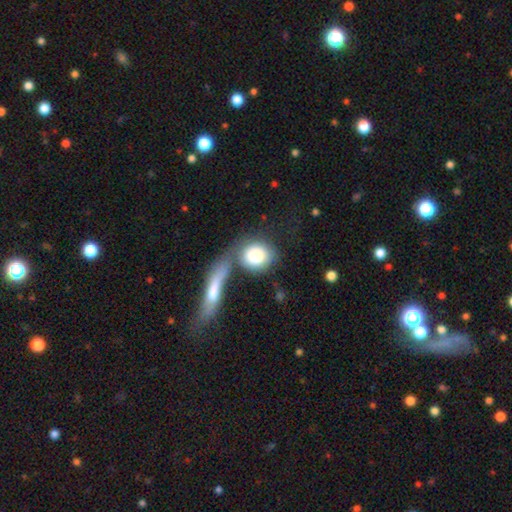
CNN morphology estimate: Smooth or featured? smooth (80%)
How rounded? round (73%)
Merging? none (46%)